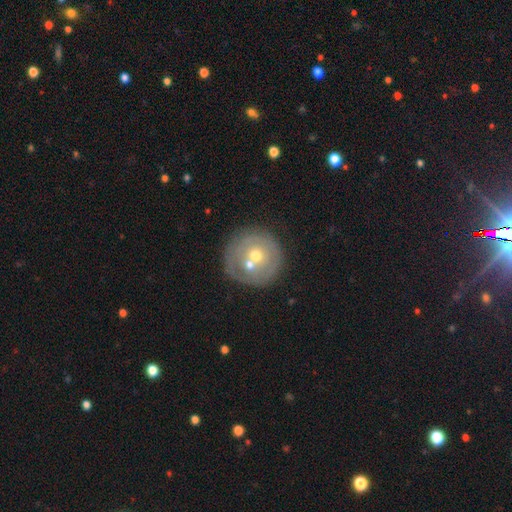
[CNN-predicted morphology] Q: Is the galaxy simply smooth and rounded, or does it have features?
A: featured or disk — 48%.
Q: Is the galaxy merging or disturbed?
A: none — 62%.